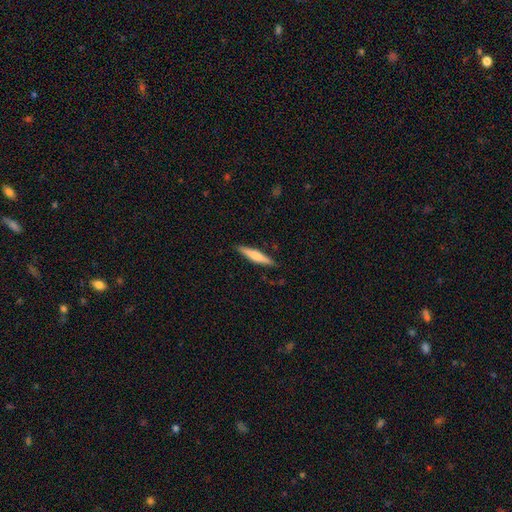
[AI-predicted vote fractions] smooth 59%, featured or disk 36%, star or artifact 5%. Down the decision tree: how rounded — cigar-shaped (88%); merging — none (88%).